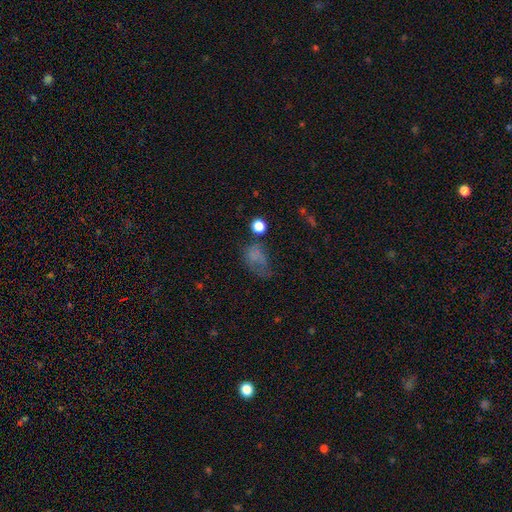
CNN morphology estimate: Smooth or featured? Predicted: smooth (p=0.61). How rounded? Predicted: in between (p=0.70). Merging? Predicted: major disturbance (p=0.34).